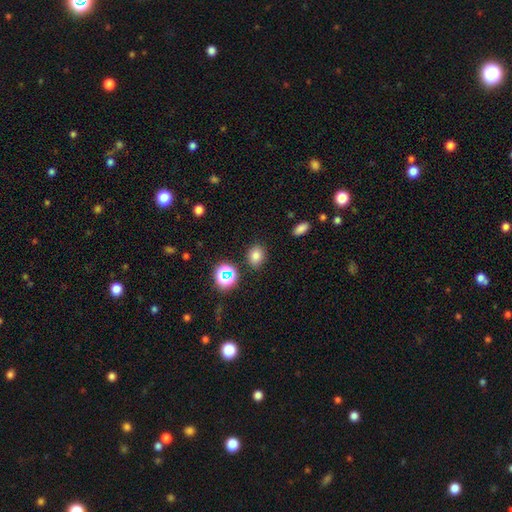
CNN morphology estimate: The model was most divided on "how rounded": round: 50%, in between: 49%, cigar-shaped: 1%. More confident: merging — none (85%); smooth or featured — smooth (77%).